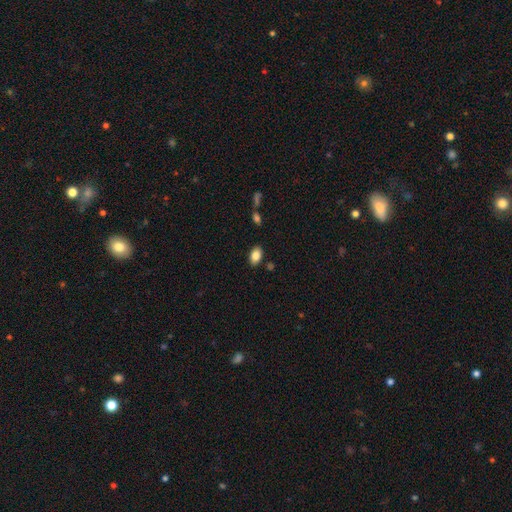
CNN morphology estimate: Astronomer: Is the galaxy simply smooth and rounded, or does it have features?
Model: smooth — 84%.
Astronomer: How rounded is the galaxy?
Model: in between — 89%.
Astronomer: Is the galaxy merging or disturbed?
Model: none — 86%.